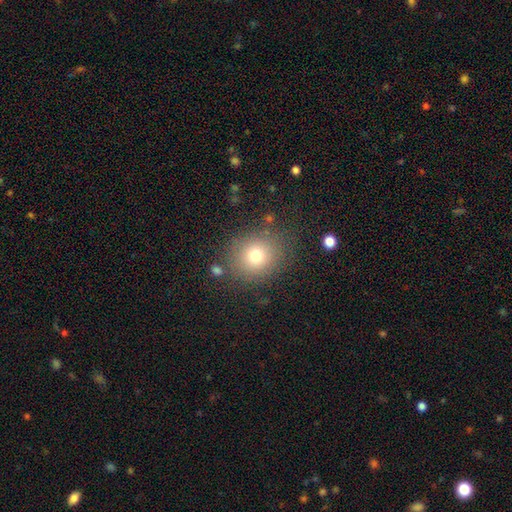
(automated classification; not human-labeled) Overall: smooth (76%). How rounded: round (72%). Merging: none (80%).